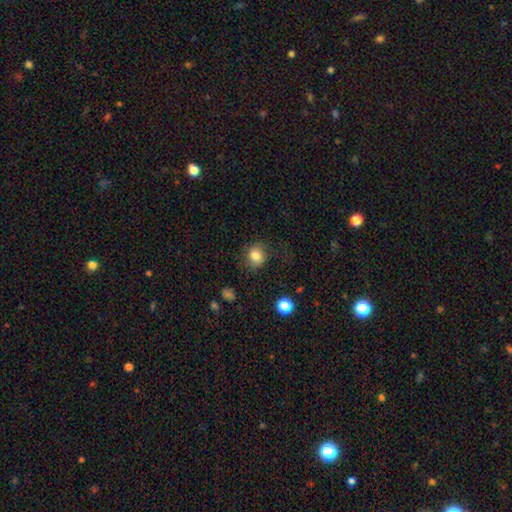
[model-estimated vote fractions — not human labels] A smooth galaxy with no disk features (82%) that is round (78%).

Vote fractions:
- Smooth or featured? smooth: 82% / star or artifact: 11% / featured or disk: 7%
- How rounded? round: 78% / in between: 21% / cigar-shaped: 1%
- Merging? none: 76% / minor disturbance: 15% / major disturbance: 7% / merger: 1%